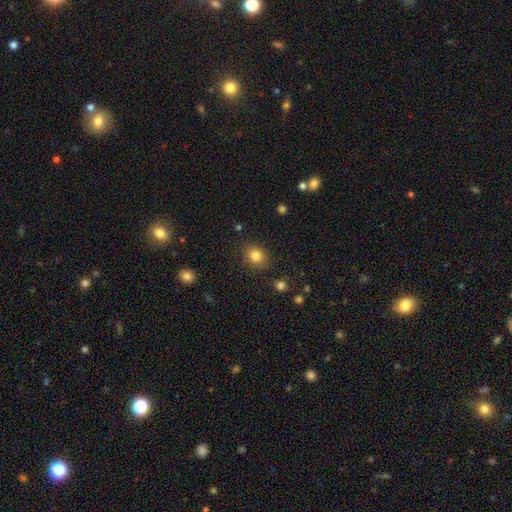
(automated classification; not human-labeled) This is clearly a smooth galaxy (83%). How rounded: likely round (61%). Merging: clearly none (83%).